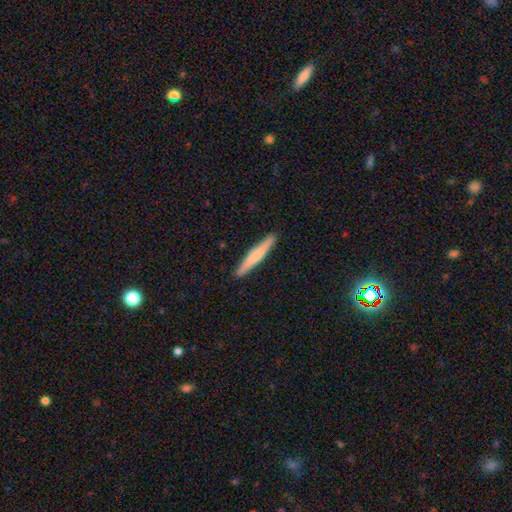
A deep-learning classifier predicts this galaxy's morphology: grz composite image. It shows a smooth galaxy with no disk features (61%) that is cigar-shaped (96%). Merging: none (92%).